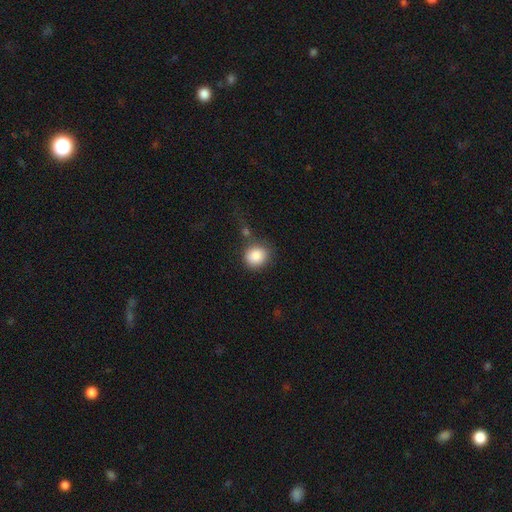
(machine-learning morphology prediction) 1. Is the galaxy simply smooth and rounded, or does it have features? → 87% smooth, 8% star or artifact, 5% featured or disk.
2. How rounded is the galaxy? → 77% round, 22% in between, 1% cigar-shaped.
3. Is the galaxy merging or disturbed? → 64% none, 18% minor disturbance, 9% merger, 8% major disturbance.